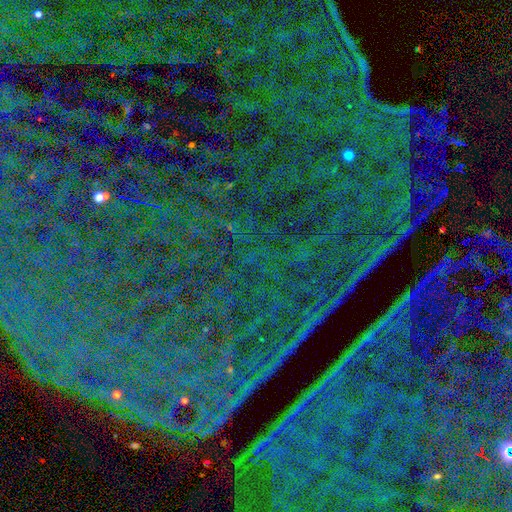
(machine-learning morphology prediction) This appears to be a star or artifact, not a galaxy (88%).